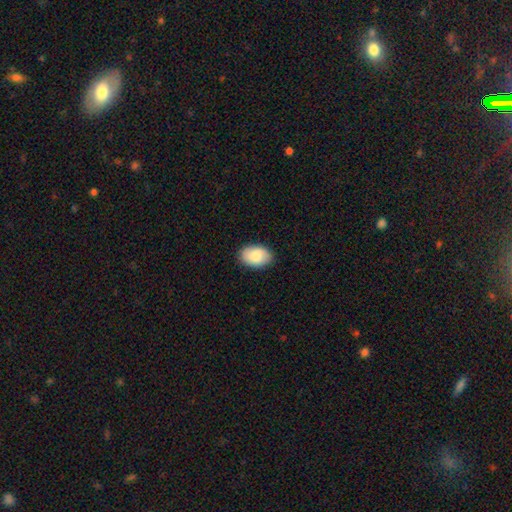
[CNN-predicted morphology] smooth-or-featured: smooth: 82% | featured or disk: 12% | star or artifact: 6%
  how-rounded: in between: 89% | round: 10% | cigar-shaped: 1%
  merging: none: 87% | minor disturbance: 10% | major disturbance: 2% | merger: 1%